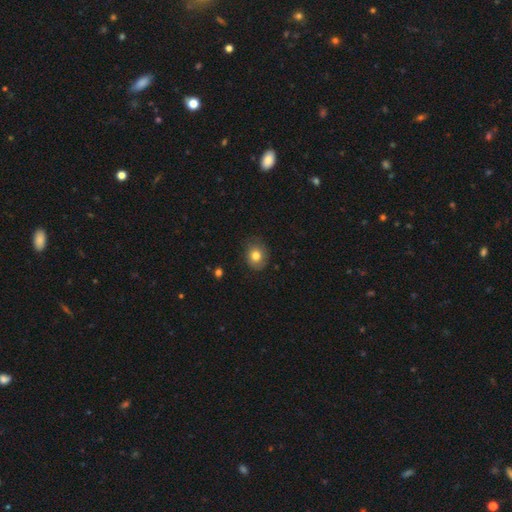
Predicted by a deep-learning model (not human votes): This is likely a smooth galaxy (79%). How rounded: likely round (66%). Merging: likely none (76%).